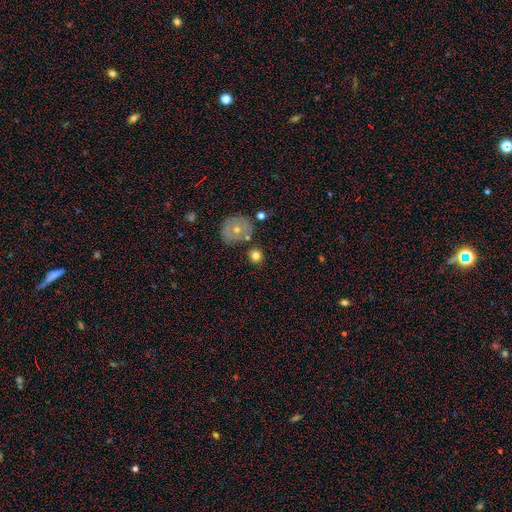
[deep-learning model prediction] smooth-or-featured: smooth: 76% | featured or disk: 12% | star or artifact: 12%
  how-rounded: round: 87% | in between: 12% | cigar-shaped: 1%
  merging: none: 74% | merger: 13% | minor disturbance: 10% | major disturbance: 3%